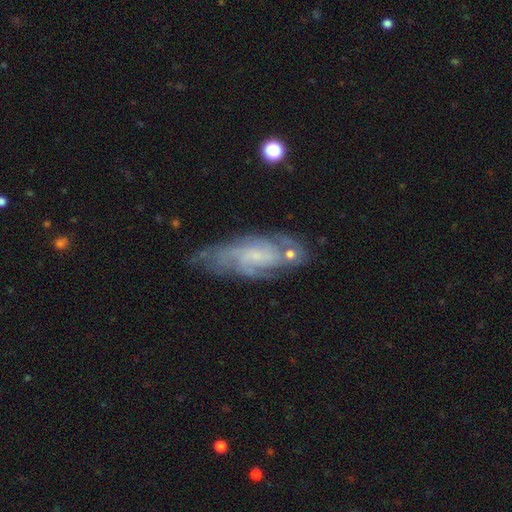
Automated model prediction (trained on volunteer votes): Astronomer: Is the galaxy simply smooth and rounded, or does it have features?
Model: featured or disk — 74%.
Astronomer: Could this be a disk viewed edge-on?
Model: no — 88%.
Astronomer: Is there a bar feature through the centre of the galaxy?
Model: no — 59% (runner-up: weak, 35%).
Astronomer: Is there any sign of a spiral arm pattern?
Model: yes — 91%.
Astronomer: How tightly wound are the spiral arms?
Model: tight — 47% (runner-up: medium, 40%).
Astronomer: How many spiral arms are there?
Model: can't tell — 40% (runner-up: 3, 20%).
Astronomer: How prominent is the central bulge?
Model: small — 59%.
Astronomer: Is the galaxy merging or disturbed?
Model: none — 62%.